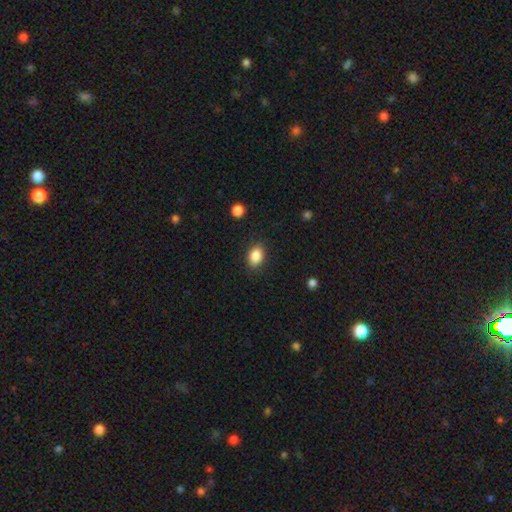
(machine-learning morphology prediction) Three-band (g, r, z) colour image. It shows a smooth galaxy with no disk features (87%) that is in between round and cigar-shaped (74%). Merging: none (86%).